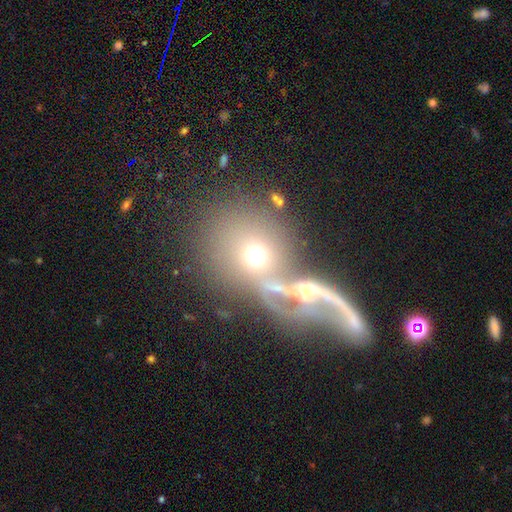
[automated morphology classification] type=smooth (54%); roundness=round (60%); merging=merger (65%).